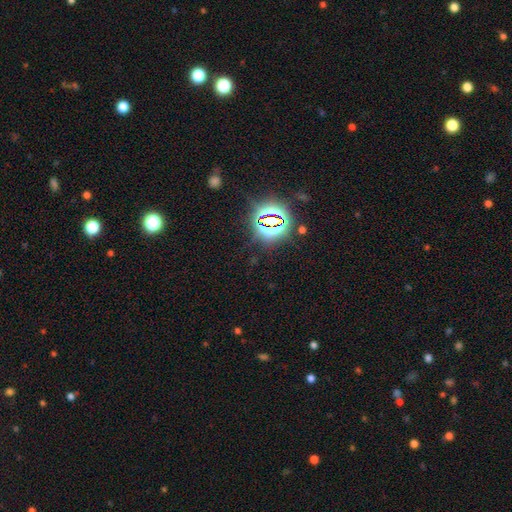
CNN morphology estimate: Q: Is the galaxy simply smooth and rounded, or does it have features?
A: star or artifact — 81%.